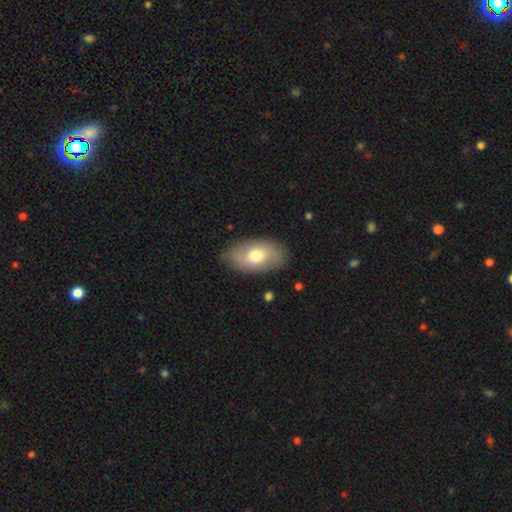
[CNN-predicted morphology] This is likely a smooth galaxy (66%). How rounded: clearly in between (94%). Merging: clearly none (82%).